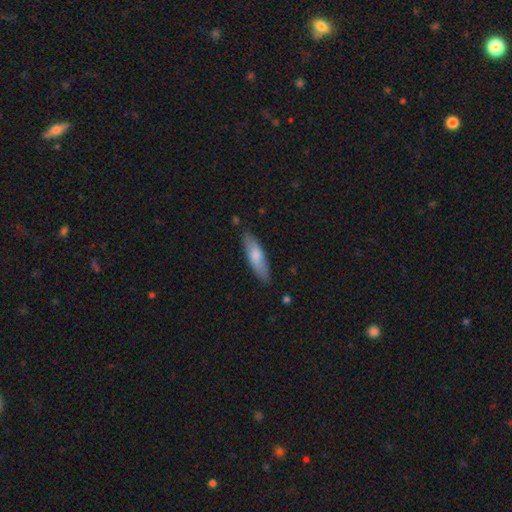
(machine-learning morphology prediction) Smooth or featured?
  - smooth: 73% *
  - featured or disk: 22%
  - star or artifact: 5%
How rounded?
  - cigar-shaped: 58% *
  - in between: 40%
  - round: 2%
Merging?
  - none: 84% *
  - minor disturbance: 12%
  - major disturbance: 2%
  - merger: 2%